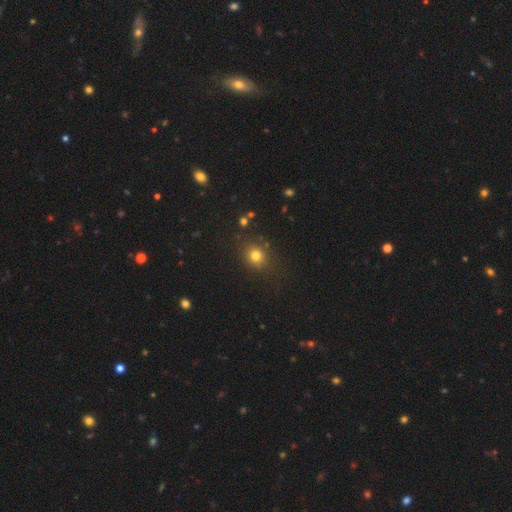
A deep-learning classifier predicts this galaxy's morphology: type=smooth (77%); roundness=round (76%); merging=none (80%).